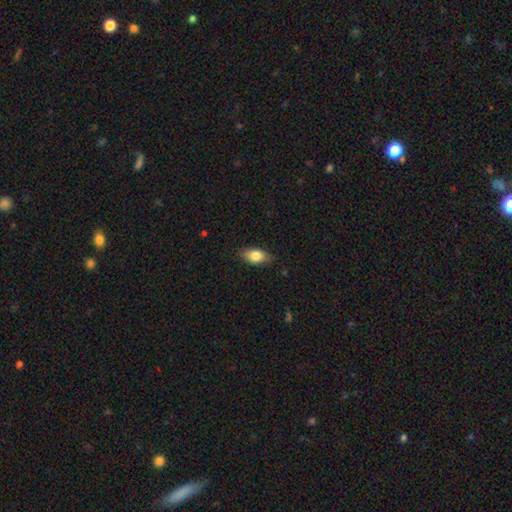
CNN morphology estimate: The model was most divided on "merging": none: 82%, minor disturbance: 15%, major disturbance: 3%, merger: 1%. More confident: how rounded — in between (87%); smooth or featured — smooth (81%).